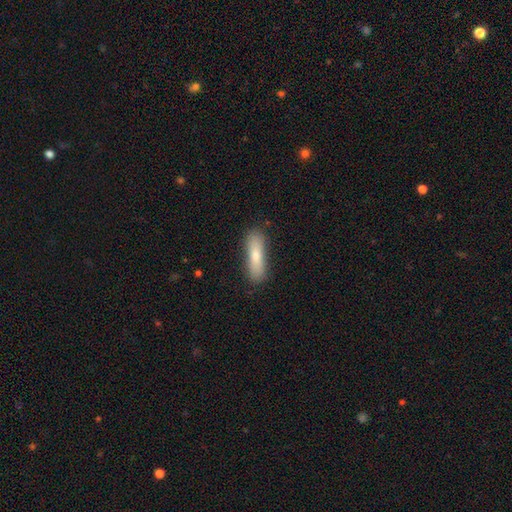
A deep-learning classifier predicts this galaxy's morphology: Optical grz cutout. It shows a smooth galaxy with no disk features (75%) that is cigar-shaped (67%). Merging: none (82%).